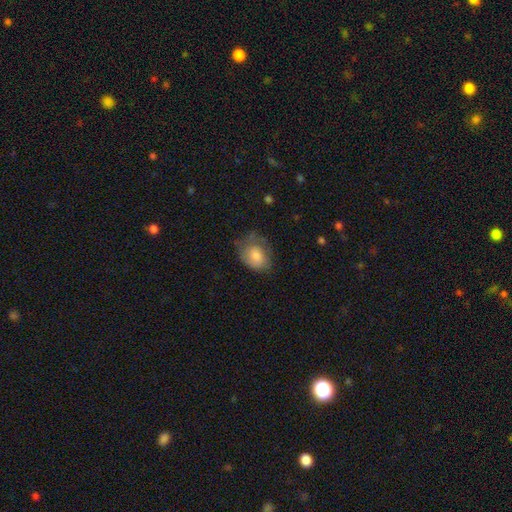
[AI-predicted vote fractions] Overall: smooth (73%). How rounded: in between (66%; round 33%). Merging: none (50%; minor disturbance 32%).